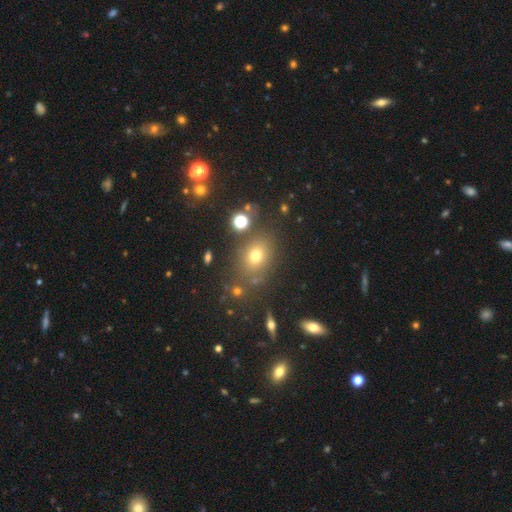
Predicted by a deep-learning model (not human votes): Smooth or featured?
  - smooth: 68% *
  - star or artifact: 19%
  - featured or disk: 13%
How rounded?
  - in between: 53% *
  - round: 45%
  - cigar-shaped: 2%
Merging?
  - none: 76% *
  - minor disturbance: 12%
  - merger: 7%
  - major disturbance: 5%